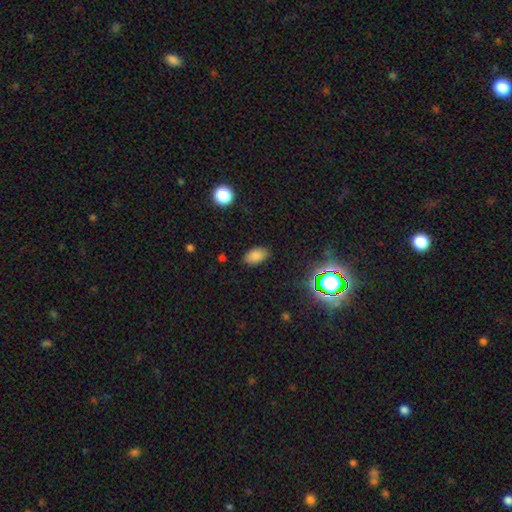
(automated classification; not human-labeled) smooth_or_featured: smooth (p=0.81) [alt: star or artifact p=0.14]
how_rounded: in between (p=0.92) [alt: round p=0.07]
merging: none (p=0.85) [alt: minor disturbance p=0.11]